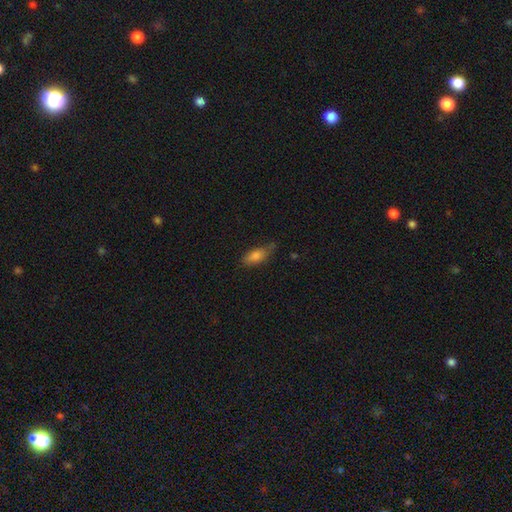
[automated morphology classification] This appears to be a smooth galaxy with no disk features (81%) that is in between round and cigar-shaped (82%). Merging: none (58%).